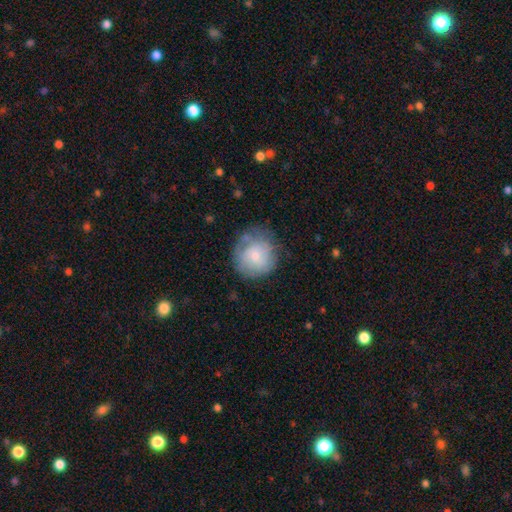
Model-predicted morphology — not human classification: Overall: smooth (65%; featured or disk 28%). How rounded: round (88%). Merging: none (62%; minor disturbance 25%).